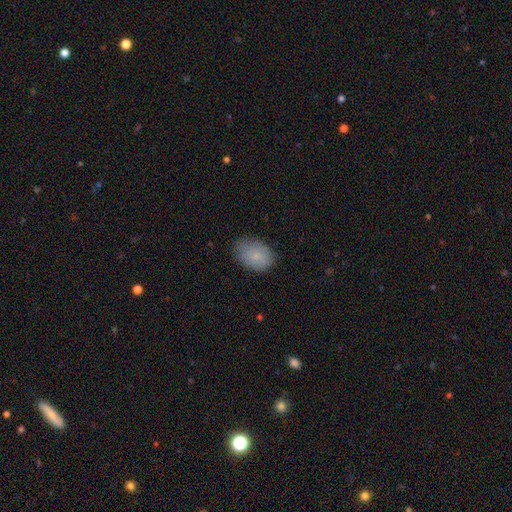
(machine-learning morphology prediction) Smooth or featured? Predicted: smooth (p=0.82). How rounded? Predicted: in between (p=0.80). Merging? Predicted: none (p=0.75).